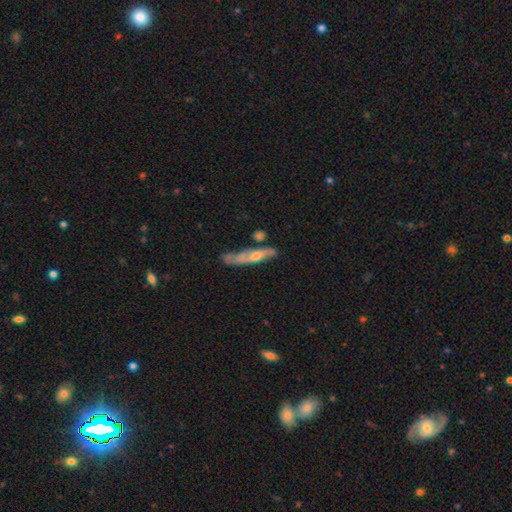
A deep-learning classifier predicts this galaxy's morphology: smooth-or-featured: featured or disk: 52% | smooth: 42% | star or artifact: 6%
  disk-edge-on: yes: 53% | no: 47%
  merging: none: 45% | minor disturbance: 27% | major disturbance: 14% | merger: 14%